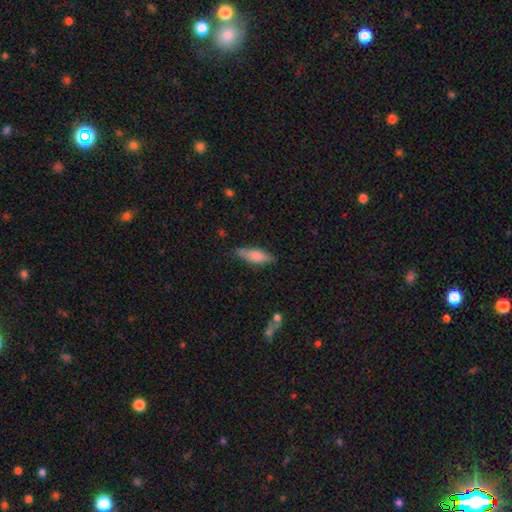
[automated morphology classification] Smooth or featured: smooth — 78% (featured or disk — 16%)
How rounded: in between — 58% (cigar-shaped — 40%)
Merging: none — 72% (minor disturbance — 22%)